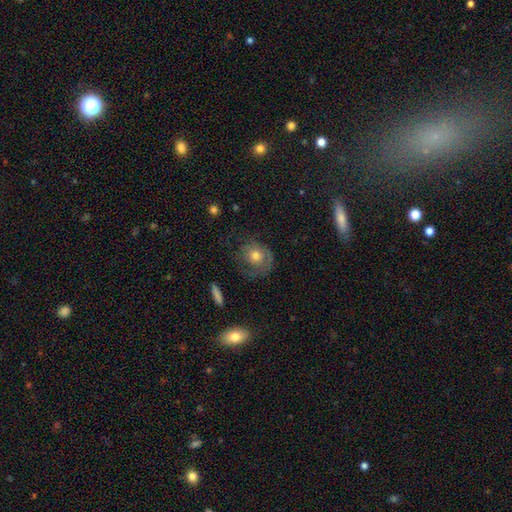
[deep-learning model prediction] This appears to be a featured or disk galaxy (51%). Merging: none (55%).